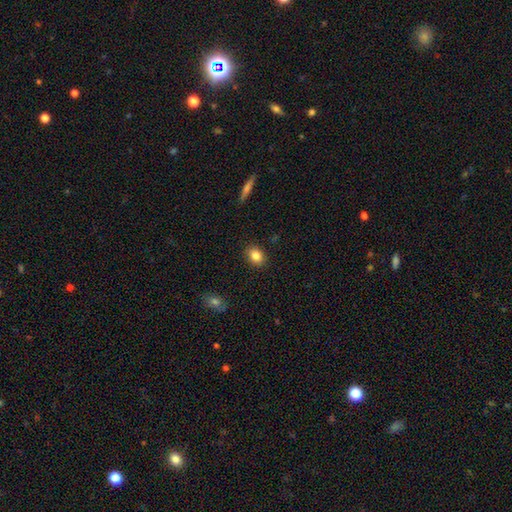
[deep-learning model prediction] smooth 85%, star or artifact 9%, featured or disk 6%. Down the decision tree: how rounded — in between (65%); merging — none (88%).